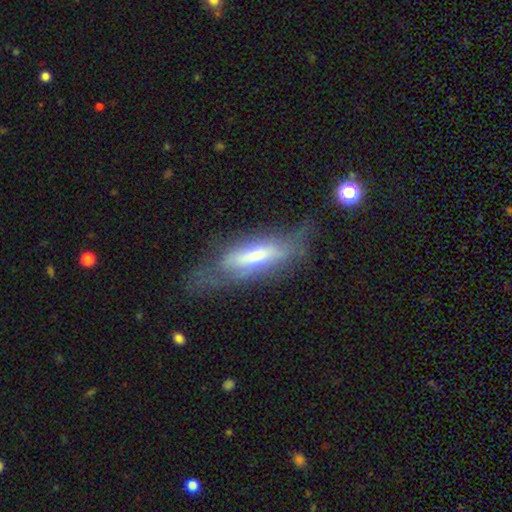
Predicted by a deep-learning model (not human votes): Smooth or featured: featured or disk — 55% (smooth — 38%)
Edge-on disk: yes — 54% (no — 46%)
Merging: none — 50% (minor disturbance — 27%)